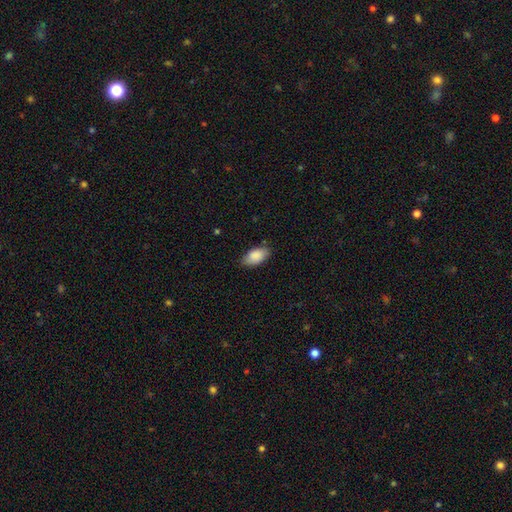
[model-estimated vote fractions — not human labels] Morphology: type=smooth (87%); roundness=in between (93%); merging=none (78%).